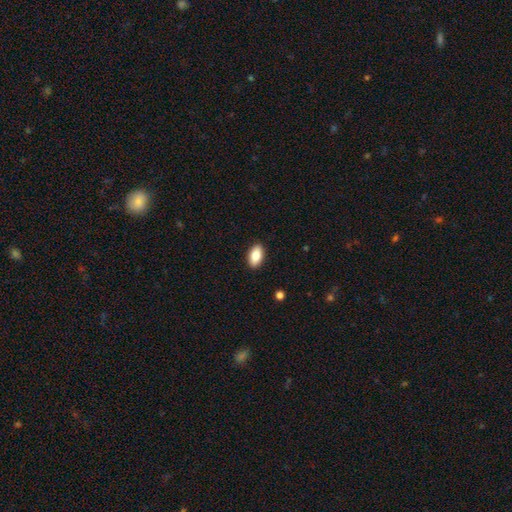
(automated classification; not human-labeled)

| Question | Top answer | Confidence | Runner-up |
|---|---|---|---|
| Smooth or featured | smooth | 84% | featured or disk (9%) |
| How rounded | in between | 93% | round (4%) |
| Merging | none | 90% | minor disturbance (7%) |